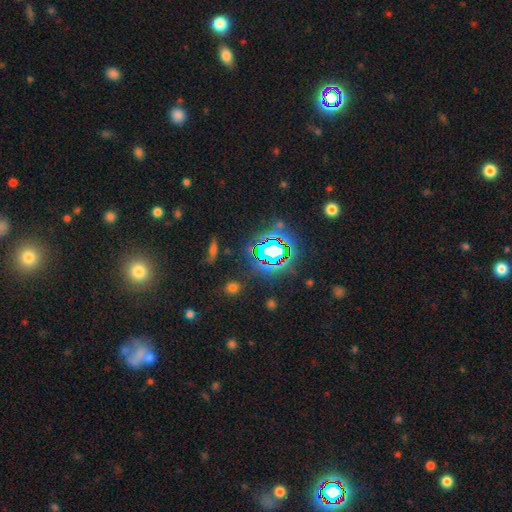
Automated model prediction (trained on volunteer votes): smooth_or_featured: star or artifact (p=0.77) [alt: smooth p=0.16]